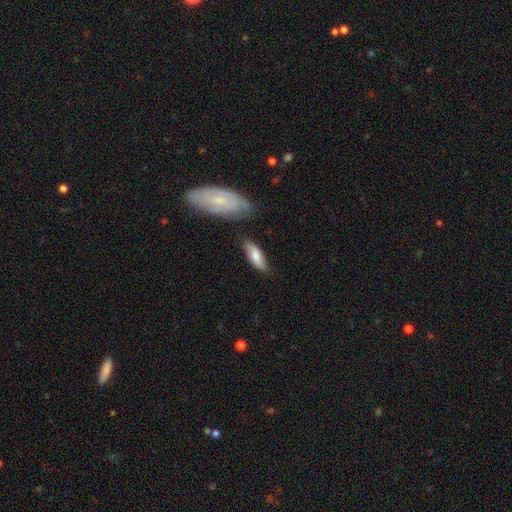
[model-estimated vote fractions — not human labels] A smooth galaxy with no disk features (75%) that is in between round and cigar-shaped (69%).

Vote fractions:
- Smooth or featured? smooth: 75% / featured or disk: 19% / star or artifact: 6%
- How rounded? in between: 69% / cigar-shaped: 29% / round: 2%
- Merging? none: 75% / minor disturbance: 17% / merger: 5% / major disturbance: 4%